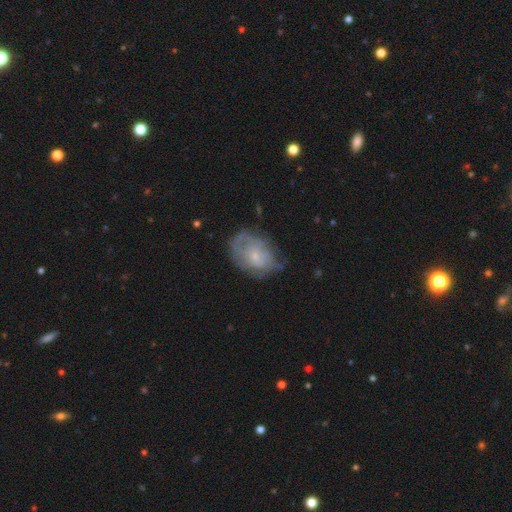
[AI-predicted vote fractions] smooth-or-featured: featured or disk: 54% | smooth: 38% | star or artifact: 8%
  disk-edge-on: no: 96% | yes: 4%
    bar: no: 79% | weak: 18% | strong: 3%
    has-spiral-arms: yes: 50% (tied) | no: 50% (tied)
    bulge-size: small: 69% | moderate: 22% | none: 7% | large: 2% | dominant: 1%
  merging: none: 50% | minor disturbance: 29% | major disturbance: 18% | merger: 2%